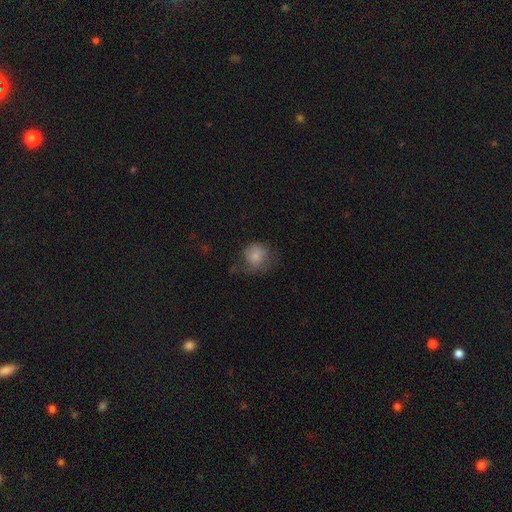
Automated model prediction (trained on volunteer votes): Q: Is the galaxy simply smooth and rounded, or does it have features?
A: smooth — 79%.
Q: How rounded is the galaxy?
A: round — 78%.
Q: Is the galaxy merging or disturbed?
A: none — 45%.